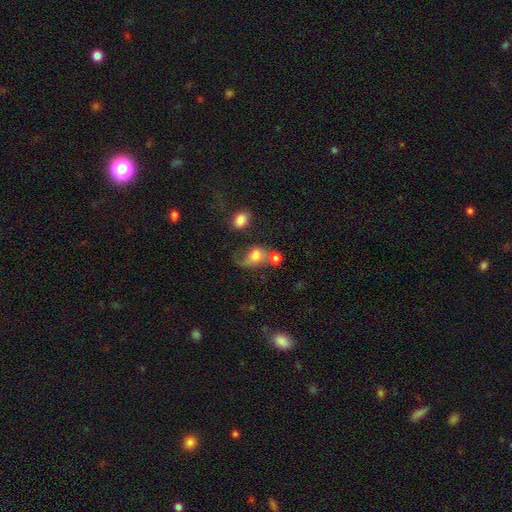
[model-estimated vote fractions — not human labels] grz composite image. It shows a smooth galaxy with no disk features (64%) that is in between round and cigar-shaped (66%). Merging: merger (29%).